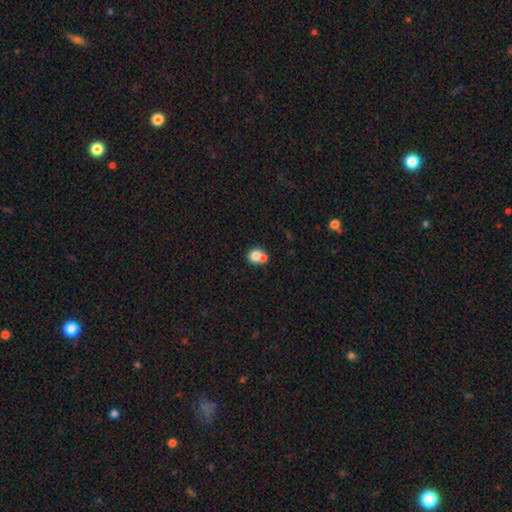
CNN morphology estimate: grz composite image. It shows a smooth galaxy with no disk features (77%) that is round (74%). Merging: merger (52%).